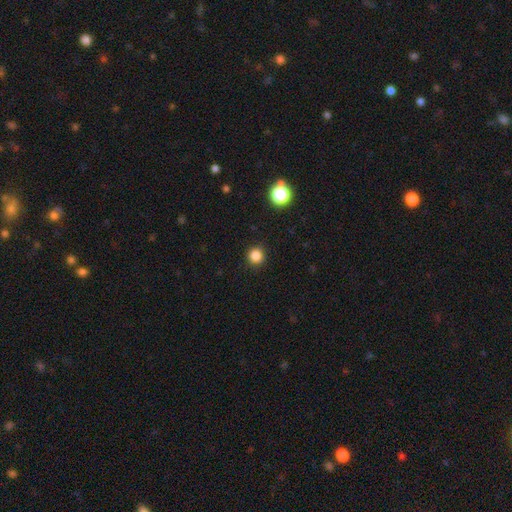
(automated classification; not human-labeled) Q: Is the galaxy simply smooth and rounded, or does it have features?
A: smooth — 83%.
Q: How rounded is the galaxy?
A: round — 95%.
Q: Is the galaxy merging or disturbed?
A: none — 92%.